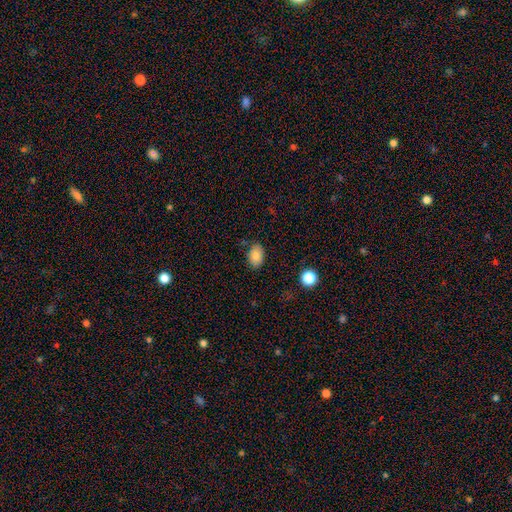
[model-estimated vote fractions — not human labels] Smooth or featured? smooth (85%)
How rounded? in between (85%)
Merging? none (82%)